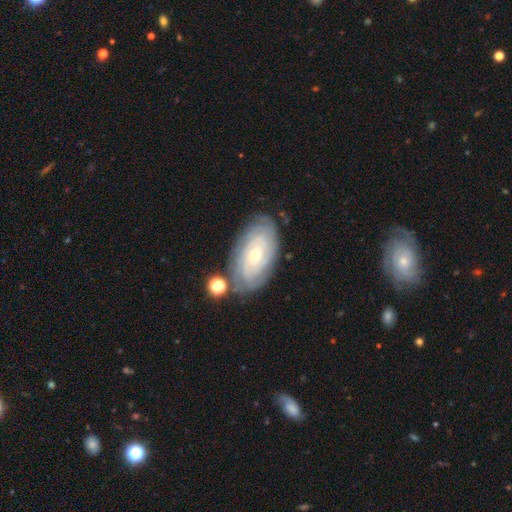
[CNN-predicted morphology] Smooth or featured?
  - featured or disk: 70% *
  - smooth: 21%
  - star or artifact: 8%
Edge-on disk?
  - no: 93% *
  - yes: 7%
Bar?
  - no: 81% *
  - weak: 15%
  - strong: 4%
Spiral arms?
  - yes: 85% *
  - no: 15%
Spiral winding?
  - tight: 82% *
  - medium: 14%
  - loose: 4%
Spiral arm count?
  - can't tell: 58% *
  - 2: 12%
  - 4: 10%
  - 3: 9%
  - more than 4: 7%
  - 1: 4%
Bulge size?
  - small: 68% *
  - moderate: 28%
  - large: 1%
  - none: 1%
  - dominant: 1%
Merging?
  - none: 77% *
  - minor disturbance: 14%
  - merger: 5%
  - major disturbance: 4%